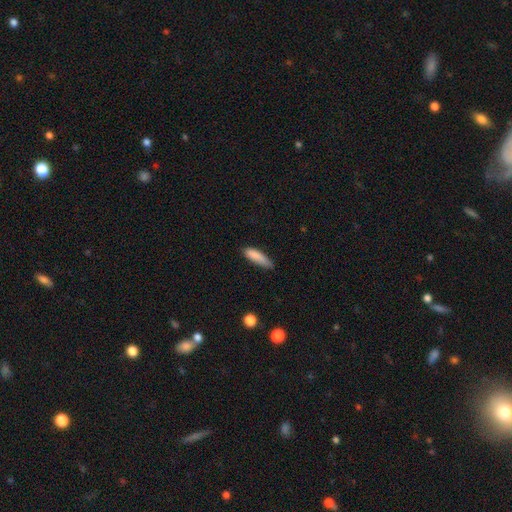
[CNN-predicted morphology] smooth_or_featured: smooth (p=0.85) [alt: featured or disk p=0.08]
how_rounded: cigar-shaped (p=0.62) [alt: in between p=0.36]
merging: none (p=0.58) [alt: minor disturbance p=0.34]